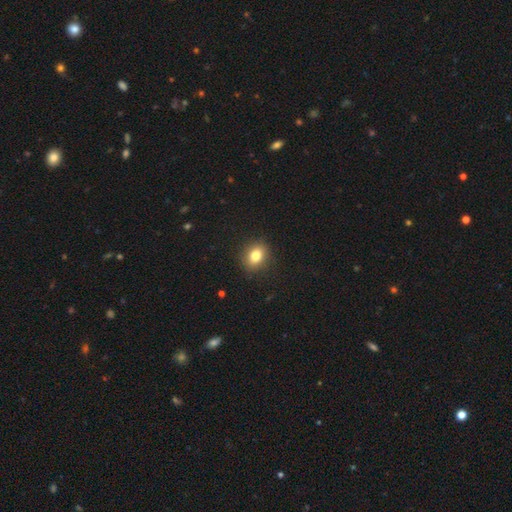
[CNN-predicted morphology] Overall: smooth (82%). How rounded: in between (55%; round 44%). Merging: none (89%).